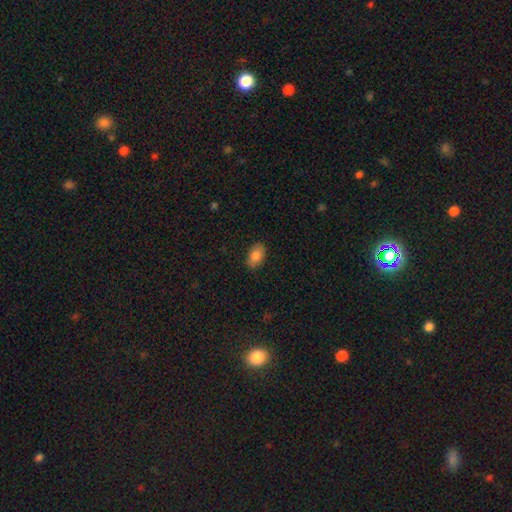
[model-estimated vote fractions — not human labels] This is clearly a smooth galaxy (85%). How rounded: clearly in between (90%). Merging: clearly none (87%).